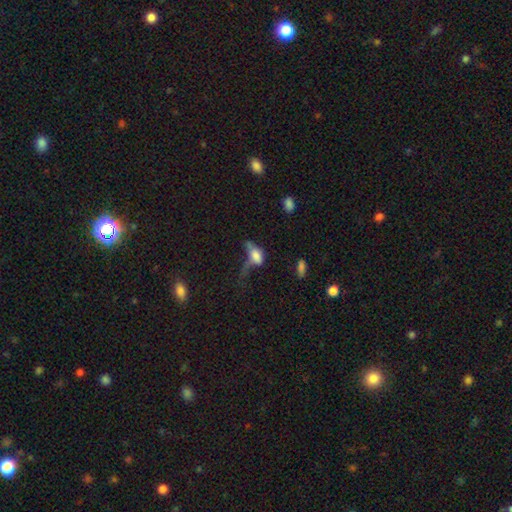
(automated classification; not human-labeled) Morphology: type=smooth (59%); roundness=in between (80%); merging=major disturbance (53%).